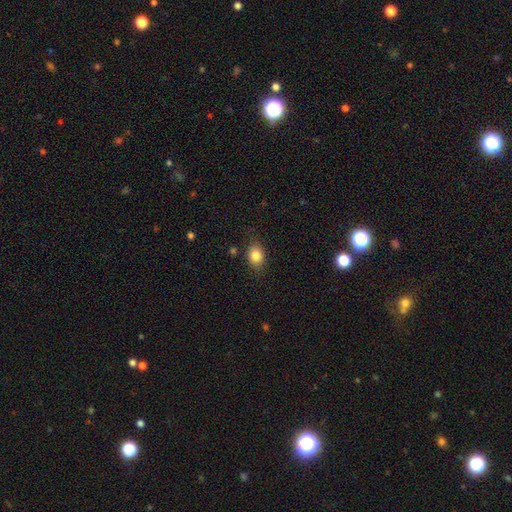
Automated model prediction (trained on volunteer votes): Smooth or featured?
  - smooth: 84% *
  - star or artifact: 9%
  - featured or disk: 7%
How rounded?
  - in between: 66% *
  - round: 33%
  - cigar-shaped: 1%
Merging?
  - none: 80% *
  - minor disturbance: 14%
  - major disturbance: 4%
  - merger: 2%